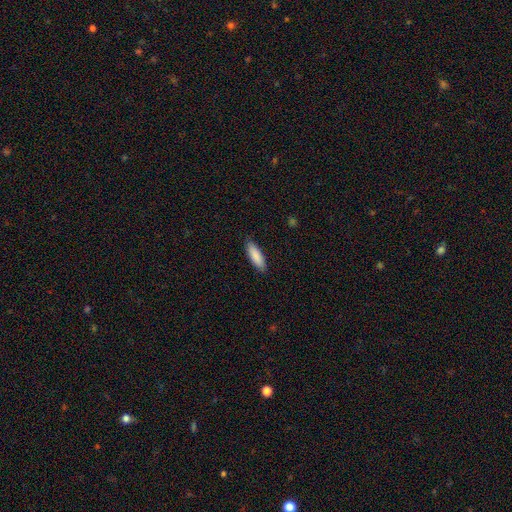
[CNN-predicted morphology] smooth_or_featured: smooth (p=0.88) [alt: featured or disk p=0.07]
how_rounded: in between (p=0.54) [alt: cigar-shaped p=0.44]
merging: none (p=0.87) [alt: minor disturbance p=0.10]